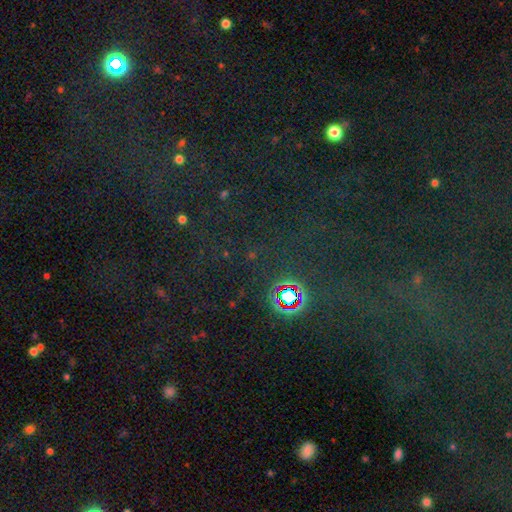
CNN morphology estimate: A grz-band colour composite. It shows a star or artifact, not a galaxy (78%).